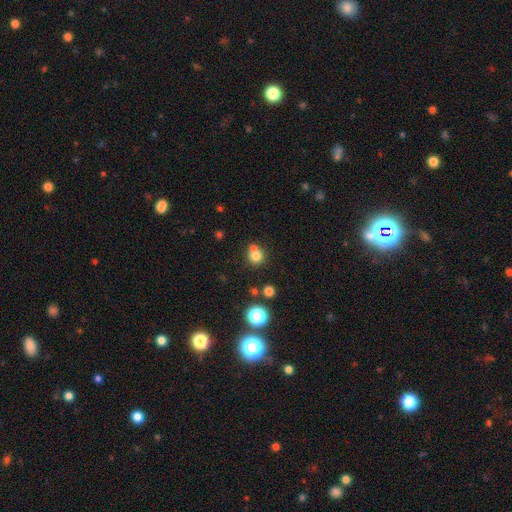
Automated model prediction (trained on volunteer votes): Q: Smooth or featured?
A: smooth (75%); runner-up: star or artifact (15%)
Q: How rounded?
A: round (89%); runner-up: in between (10%)
Q: Merging?
A: none (56%); runner-up: merger (33%)